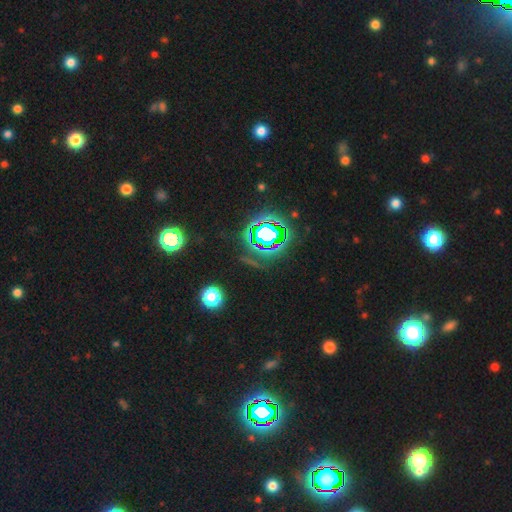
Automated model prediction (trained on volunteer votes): Q: Smooth or featured?
A: star or artifact (81%); runner-up: smooth (12%)